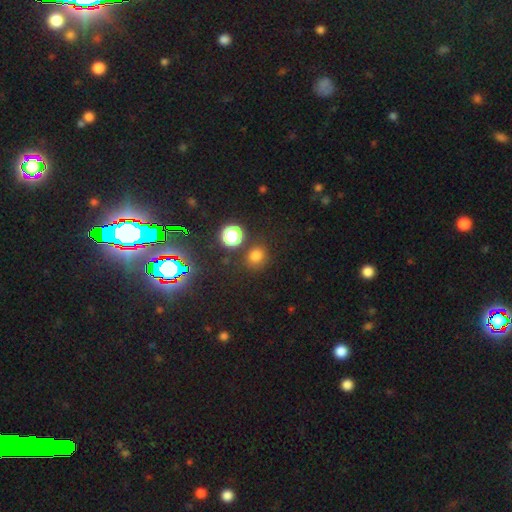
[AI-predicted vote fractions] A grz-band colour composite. It shows a smooth galaxy with no disk features (74%) that is round (81%). Merging: none (79%).